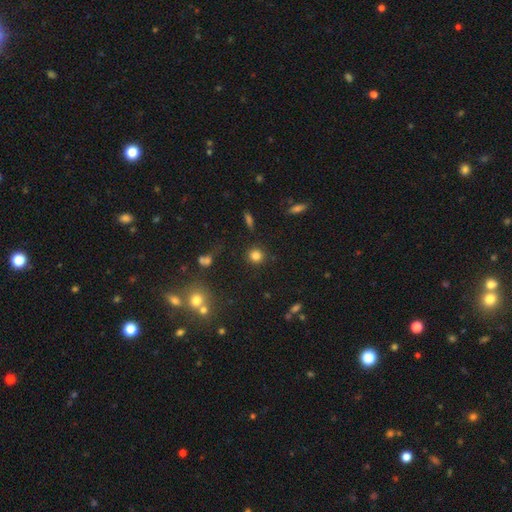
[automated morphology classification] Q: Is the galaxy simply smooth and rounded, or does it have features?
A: smooth — 81%.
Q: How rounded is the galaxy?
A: round — 91%.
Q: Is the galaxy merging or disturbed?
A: none — 86%.